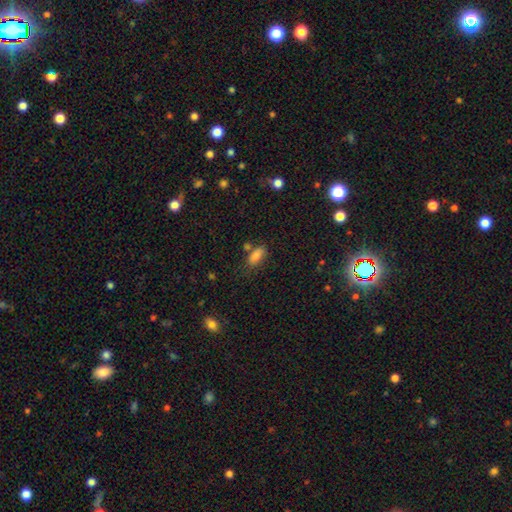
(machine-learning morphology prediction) The model was most divided on "merging": none: 65%, minor disturbance: 19%, merger: 11%, major disturbance: 6%. More confident: how rounded — in between (85%); smooth or featured — smooth (84%).